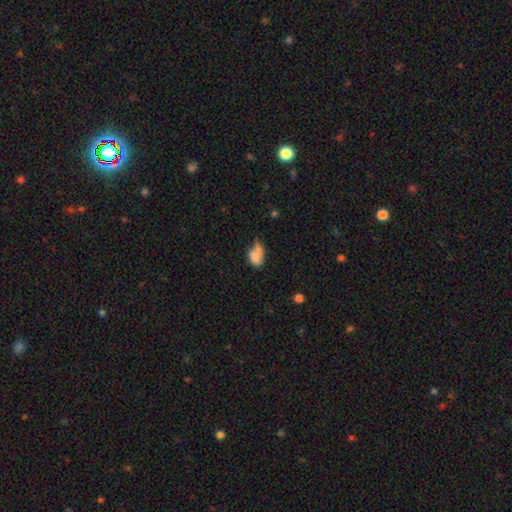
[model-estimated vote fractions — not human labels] Overall: smooth (75%). How rounded: in between (83%). Merging: merger (29%; minor disturbance 27%).